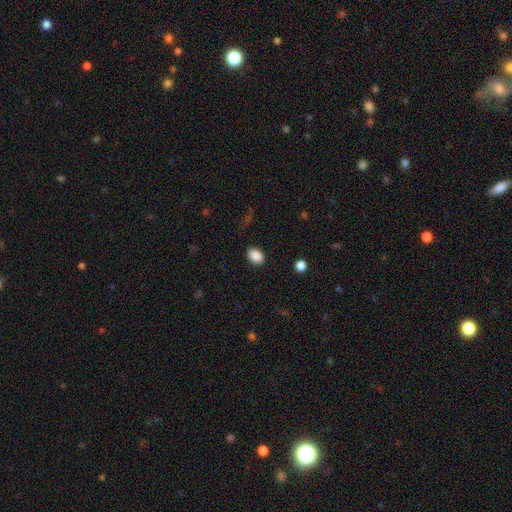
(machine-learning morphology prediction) smooth-or-featured: smooth: 89% | star or artifact: 8% | featured or disk: 3%
  how-rounded: in between: 78% | round: 21% | cigar-shaped: 1%
  merging: none: 87% | minor disturbance: 9% | major disturbance: 3% | merger: 1%